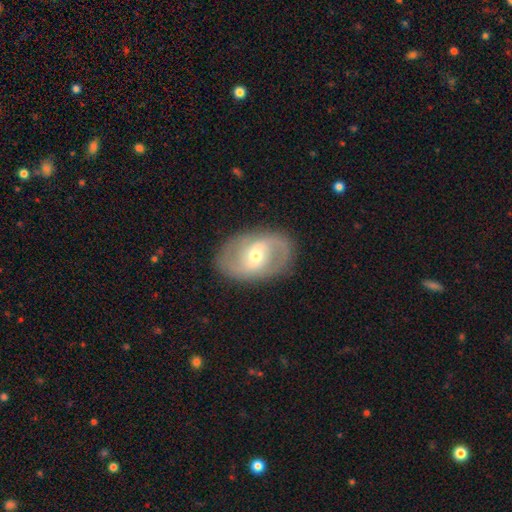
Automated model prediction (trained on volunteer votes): Morphology: type=featured or disk (79%); edge-on=no (96%); bar=weak (48%); spiral arms=yes (87%); winding=medium (48%); arm count=2 (84%); bulge=moderate (52%); merging=none (83%).